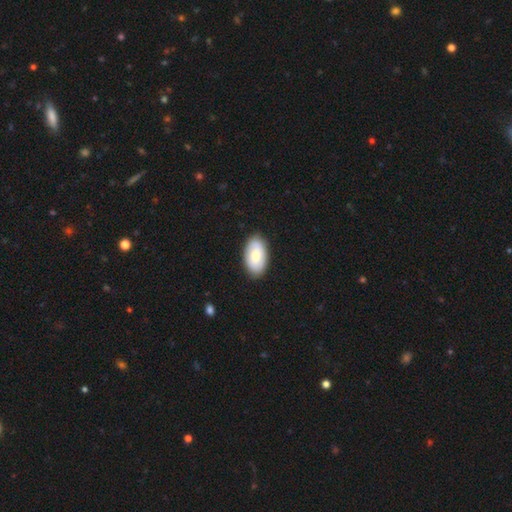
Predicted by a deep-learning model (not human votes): smooth-or-featured: smooth: 70% | featured or disk: 24% | star or artifact: 5%
  how-rounded: in between: 94% | round: 4% | cigar-shaped: 1%
  merging: none: 87% | minor disturbance: 10% | major disturbance: 2% | merger: 1%